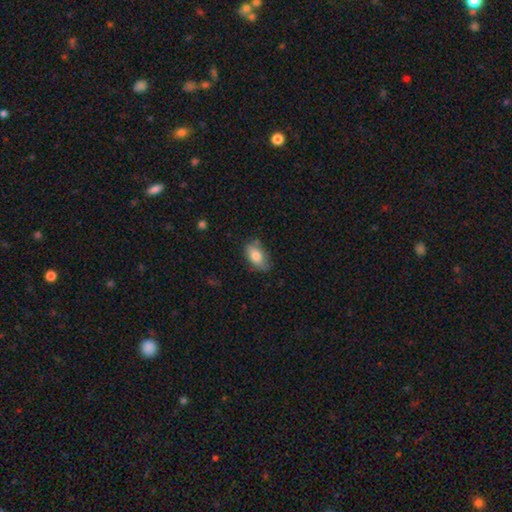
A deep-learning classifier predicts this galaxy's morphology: smooth_or_featured: smooth (p=0.80) [alt: featured or disk p=0.13]
how_rounded: in between (p=0.91) [alt: round p=0.07]
merging: none (p=0.65) [alt: minor disturbance p=0.26]